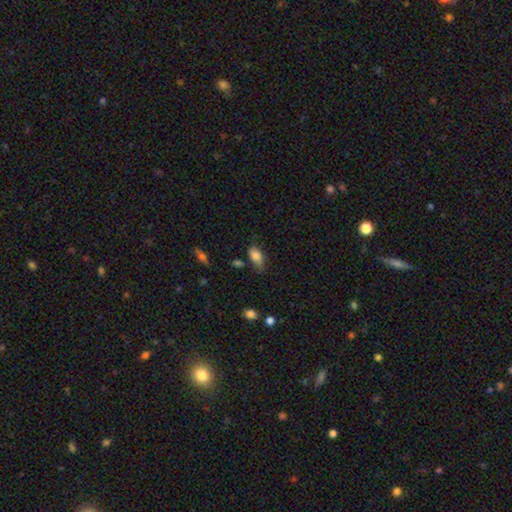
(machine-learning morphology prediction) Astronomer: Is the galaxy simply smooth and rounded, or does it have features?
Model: smooth — 81%.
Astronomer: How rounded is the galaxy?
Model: in between — 90%.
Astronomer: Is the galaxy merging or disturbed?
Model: none — 50% (runner-up: minor disturbance, 36%).